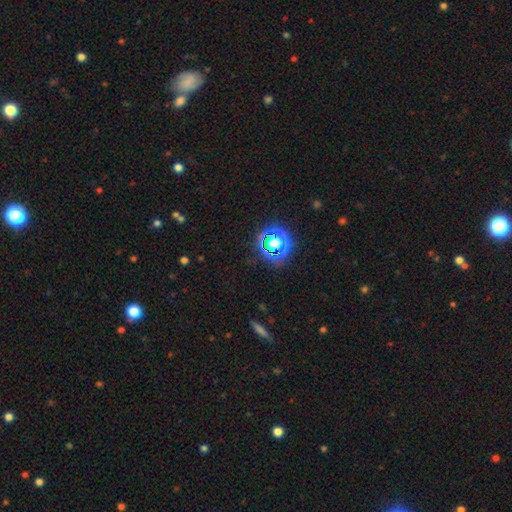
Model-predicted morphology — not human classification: Smooth or featured?
  - star or artifact: 76% *
  - smooth: 16%
  - featured or disk: 8%